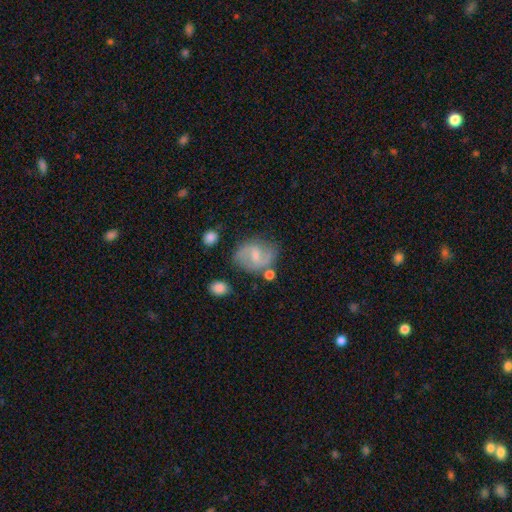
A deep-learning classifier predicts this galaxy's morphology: The model was most divided on "spiral winding": medium: 46%, loose: 36%, tight: 18%. More confident: edge-on disk — no (97%); spiral arms — yes (86%); spiral arm count — 2 (85%); merging — none (70%); smooth or featured — featured or disk (65%); bar — weak (56%); bulge size — small (54%).